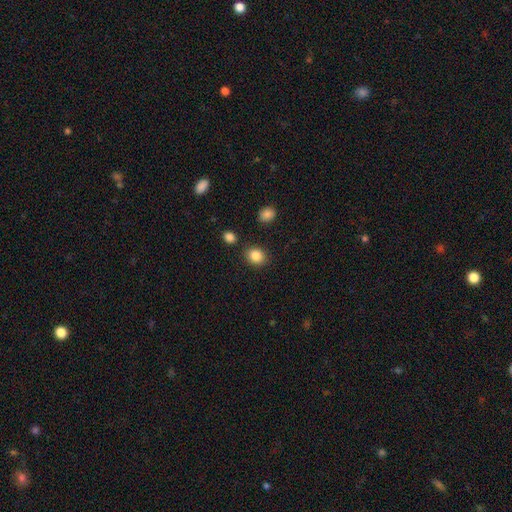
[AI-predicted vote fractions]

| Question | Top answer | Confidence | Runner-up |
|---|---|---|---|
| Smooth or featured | smooth | 86% | star or artifact (10%) |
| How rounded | round | 64% | in between (35%) |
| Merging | none | 86% | minor disturbance (8%) |